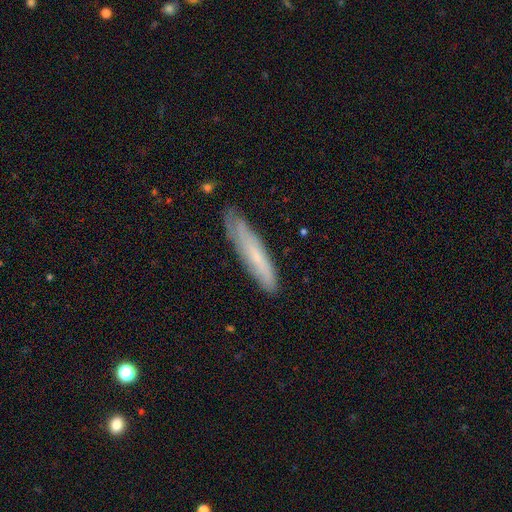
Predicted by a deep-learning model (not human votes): A featured or disk galaxy (47%).

Vote fractions:
- Smooth or featured? featured or disk: 47% / smooth: 45% / star or artifact: 8%
- Merging? none: 74% / minor disturbance: 20% / major disturbance: 4% / merger: 2%